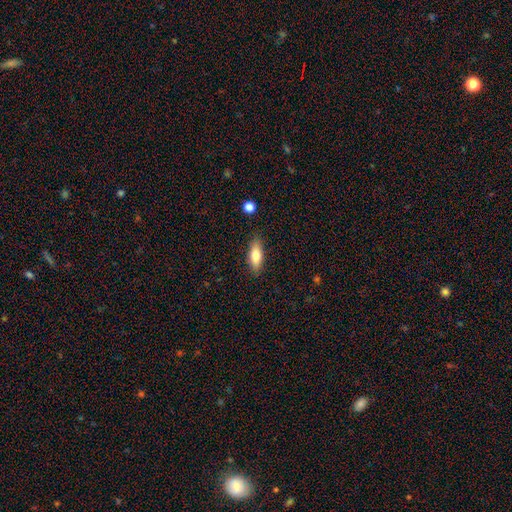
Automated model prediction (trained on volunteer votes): smooth-or-featured: smooth: 77% | featured or disk: 17% | star or artifact: 7%
  how-rounded: in between: 67% | cigar-shaped: 30% | round: 3%
  merging: none: 85% | minor disturbance: 11% | major disturbance: 2% | merger: 2%